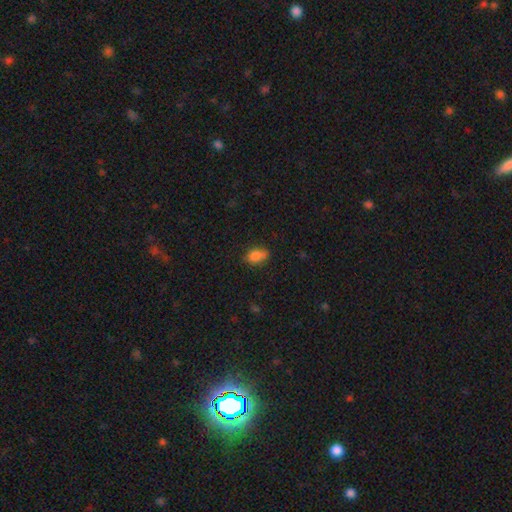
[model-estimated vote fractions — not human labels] This appears to be a smooth galaxy with no disk features (84%) that is in between round and cigar-shaped (83%). Merging: none (67%).